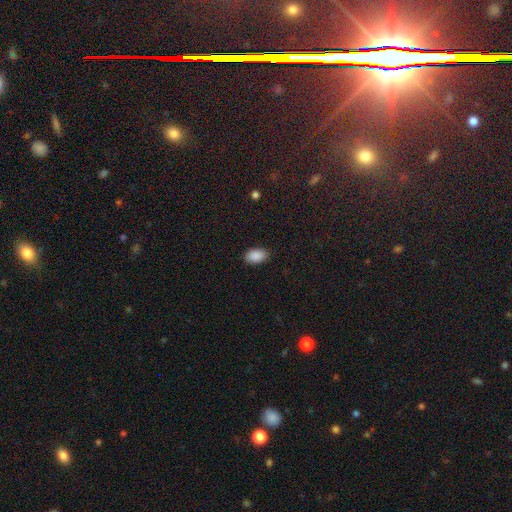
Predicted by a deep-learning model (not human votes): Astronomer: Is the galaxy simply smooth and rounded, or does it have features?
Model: smooth — 90%.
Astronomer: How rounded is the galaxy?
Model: in between — 92%.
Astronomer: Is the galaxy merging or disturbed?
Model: none — 87%.